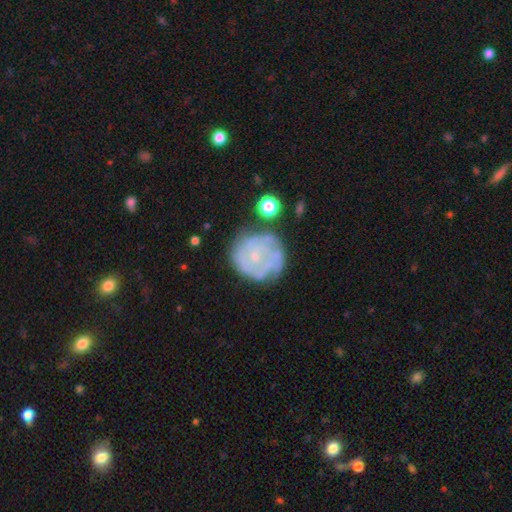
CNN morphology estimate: This appears to be a featured or disk galaxy (71%) with no bar (82%), tight (68%) spiral arms (76%) and a small central bulge (78%). Merging: none (67%).